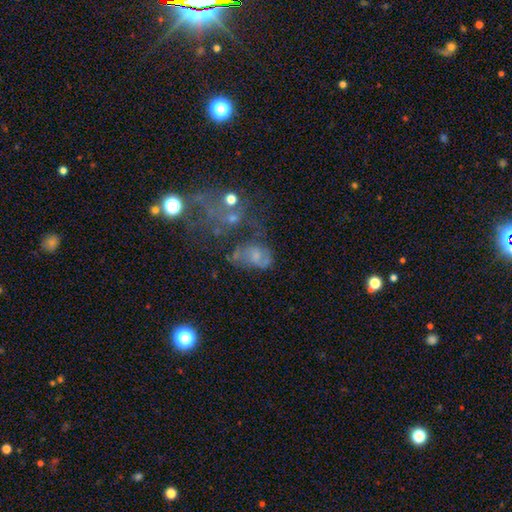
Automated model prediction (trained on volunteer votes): smooth_or_featured: featured or disk (p=0.41) [alt: smooth p=0.40]
merging: none (p=0.30) [alt: major disturbance p=0.29]